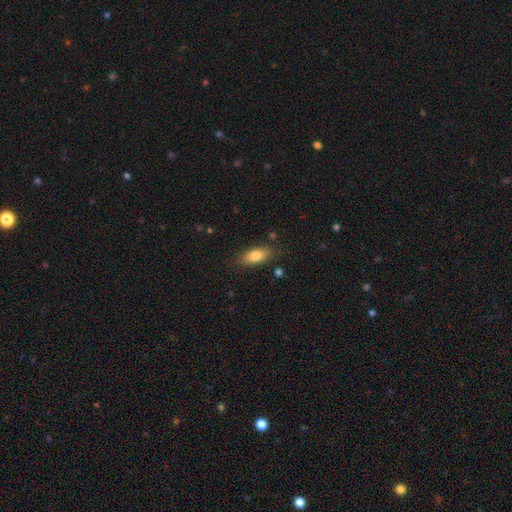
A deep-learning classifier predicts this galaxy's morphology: type=smooth (80%); roundness=in between (84%); merging=none (81%).